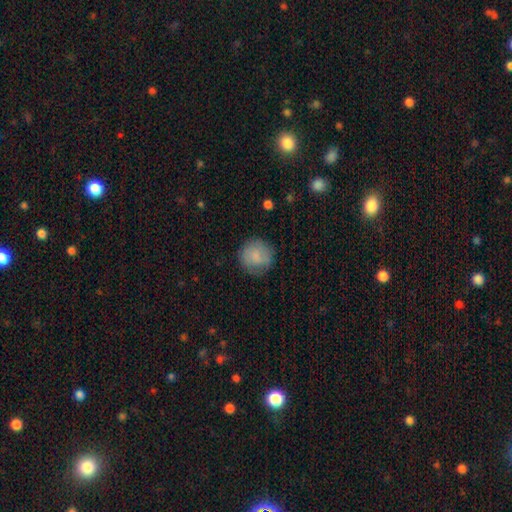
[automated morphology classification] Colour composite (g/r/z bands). It shows a smooth galaxy with no disk features (81%) that is round (91%). Merging: none (78%).